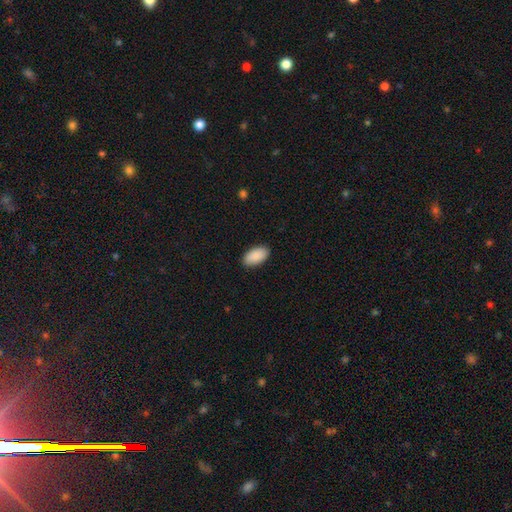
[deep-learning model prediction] Smooth or featured? Predicted: smooth (p=0.91). How rounded? Predicted: in between (p=0.96). Merging? Predicted: none (p=0.89).